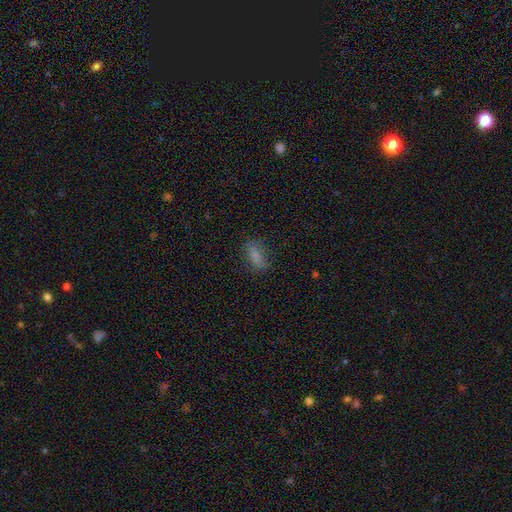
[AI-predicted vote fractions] Smooth or featured? Predicted: smooth (p=0.74). How rounded? Predicted: in between (p=0.74). Merging? Predicted: none (p=0.68).